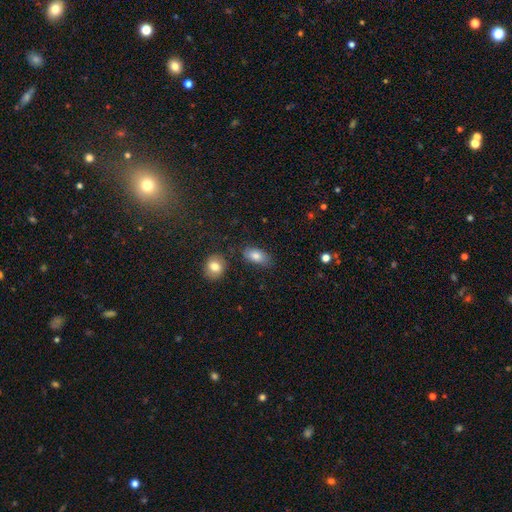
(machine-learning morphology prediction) Smooth or featured? smooth (80%)
How rounded? in between (90%)
Merging? none (77%)